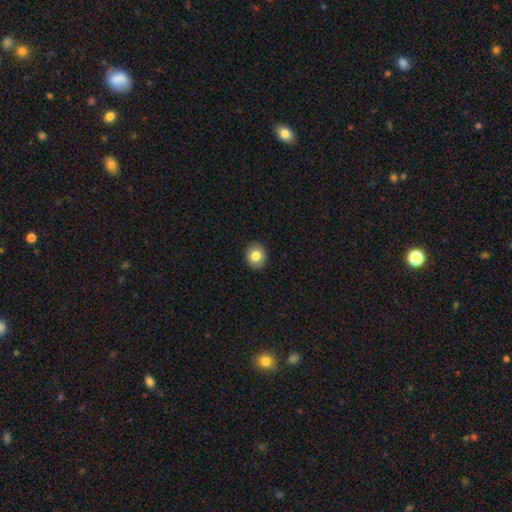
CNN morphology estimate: The model was most divided on "how rounded": round: 71%, in between: 28%, cigar-shaped: 1%. More confident: merging — none (91%); smooth or featured — smooth (82%).